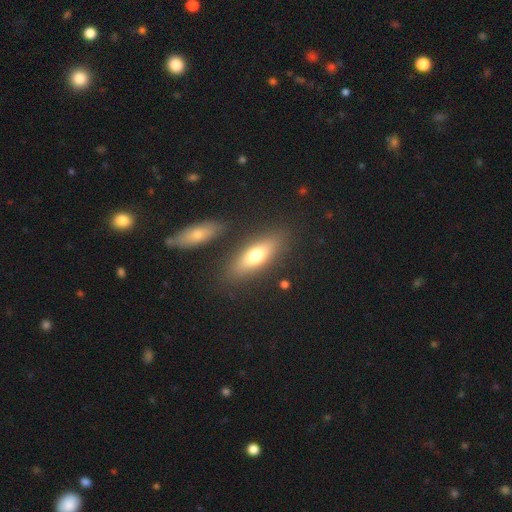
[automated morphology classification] Smooth or featured? smooth (67%)
How rounded? in between (61%)
Merging? none (82%)